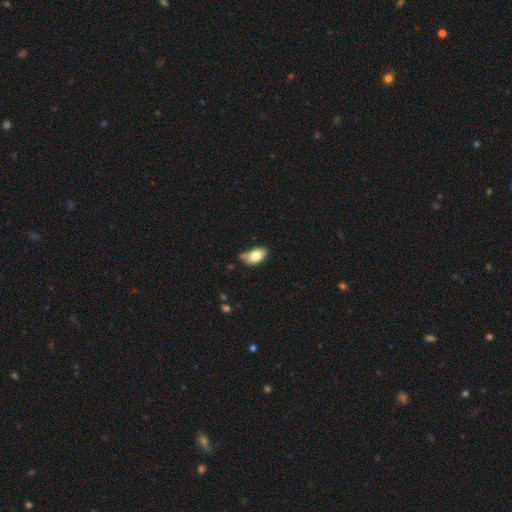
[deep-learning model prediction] Q: Smooth or featured?
A: smooth (76%); runner-up: featured or disk (17%)
Q: How rounded?
A: in between (90%); runner-up: round (7%)
Q: Merging?
A: minor disturbance (42%); runner-up: none (38%)